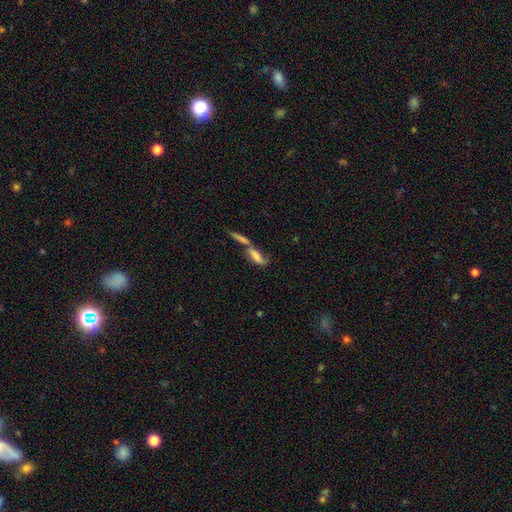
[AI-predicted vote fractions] smooth_or_featured: smooth (p=0.58) [alt: featured or disk p=0.31]
how_rounded: in between (p=0.50) [alt: cigar-shaped p=0.47]
merging: merger (p=0.59) [alt: none p=0.23]